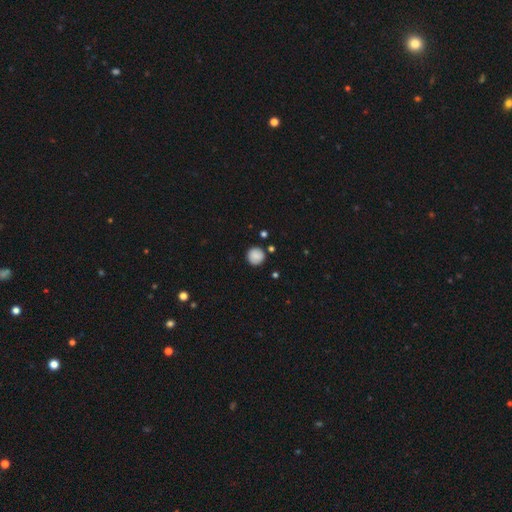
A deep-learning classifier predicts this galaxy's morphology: A smooth galaxy with no disk features (87%) that is round (95%).

Vote fractions:
- Smooth or featured? smooth: 87% / star or artifact: 9% / featured or disk: 4%
- How rounded? round: 95% / in between: 4% / cigar-shaped: 1%
- Merging? none: 88% / minor disturbance: 8% / merger: 2% / major disturbance: 2%